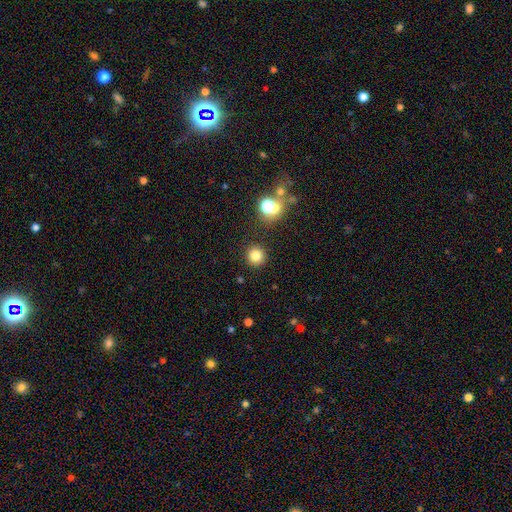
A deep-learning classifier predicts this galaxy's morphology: A smooth galaxy with no disk features (78%) that is round (94%).

Vote fractions:
- Smooth or featured? smooth: 78% / star or artifact: 16% / featured or disk: 6%
- How rounded? round: 94% / in between: 5% / cigar-shaped: 1%
- Merging? none: 89% / minor disturbance: 6% / merger: 3% / major disturbance: 2%